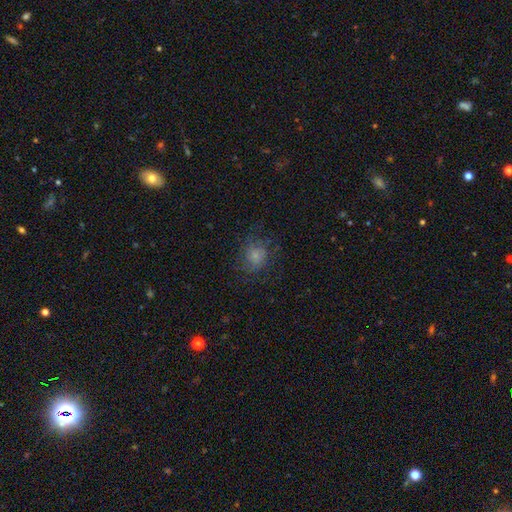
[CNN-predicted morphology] smooth-or-featured: smooth: 62% | featured or disk: 24% | star or artifact: 14%
  how-rounded: round: 73% | in between: 26% | cigar-shaped: 1%
  merging: none: 67% | minor disturbance: 18% | major disturbance: 14% | merger: 1%